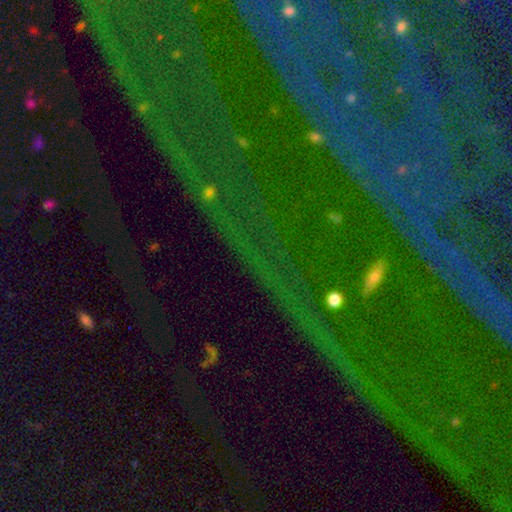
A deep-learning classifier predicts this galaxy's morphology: The model was most divided on "smooth or featured": star or artifact: 71%, featured or disk: 17%, smooth: 12%.